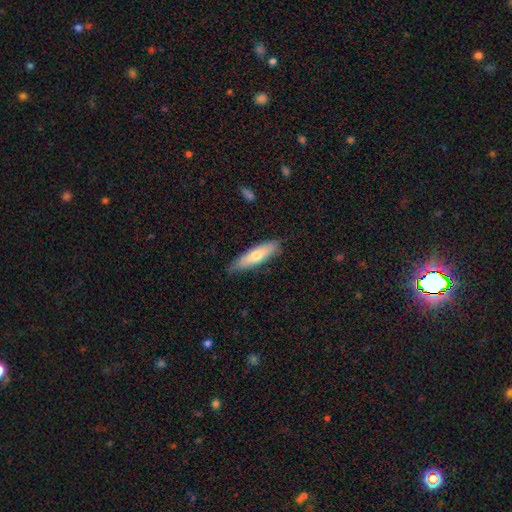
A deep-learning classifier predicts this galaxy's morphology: smooth-or-featured: smooth: 62% | featured or disk: 32% | star or artifact: 6%
  how-rounded: cigar-shaped: 69% | in between: 29% | round: 2%
  merging: none: 83% | minor disturbance: 14% | major disturbance: 2% | merger: 1%